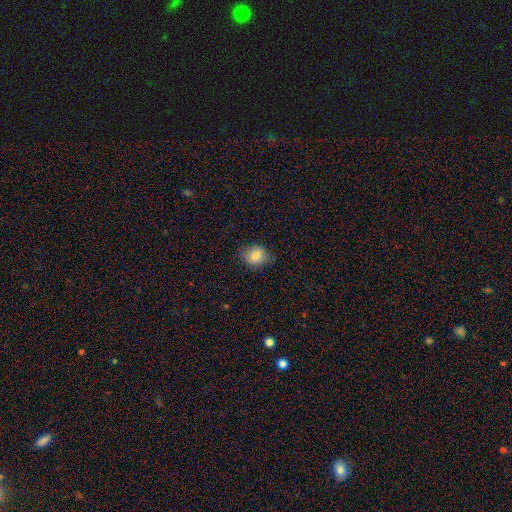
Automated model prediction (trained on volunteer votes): Overall: smooth (81%). How rounded: round (61%; in between 38%). Merging: none (83%).